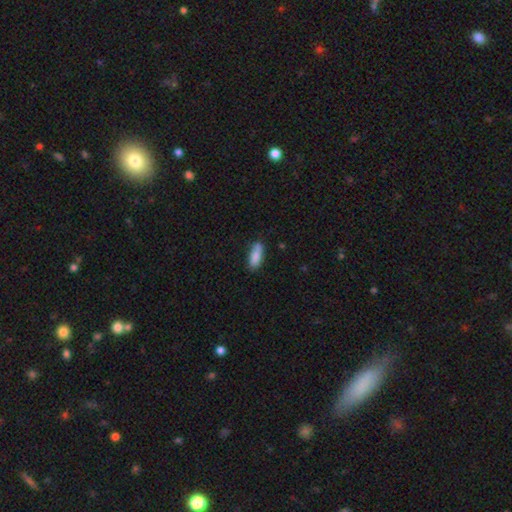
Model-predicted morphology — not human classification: Q: Smooth or featured?
A: smooth (85%); runner-up: featured or disk (8%)
Q: How rounded?
A: in between (63%); runner-up: cigar-shaped (35%)
Q: Merging?
A: none (70%); runner-up: minor disturbance (22%)